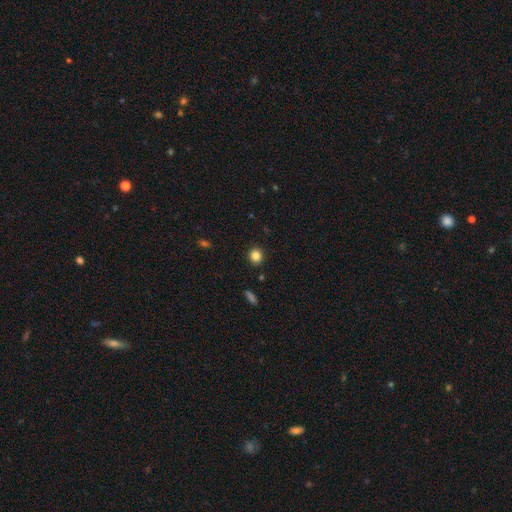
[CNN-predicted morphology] The model was most divided on "smooth or featured": smooth: 84%, star or artifact: 11%, featured or disk: 5%. More confident: merging — none (92%); how rounded — round (88%).